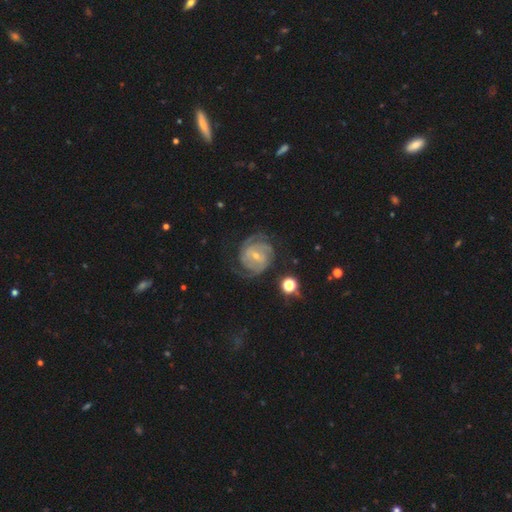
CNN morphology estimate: The model was most divided on "spiral arm count": 2: 33%, 3: 25%, can't tell: 21%, 4: 10%, 1: 6%, more than 4: 5%. Remaining: edge-on disk — no (98%); spiral arms — yes (96%); smooth or featured — featured or disk (87%); merging — none (68%); bulge size — small (66%); spiral winding — tight (57%); bar — weak (50%).